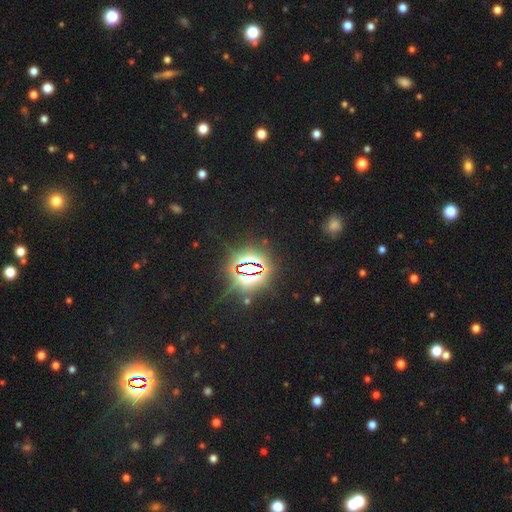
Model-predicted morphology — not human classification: Smooth or featured? star or artifact (82%)